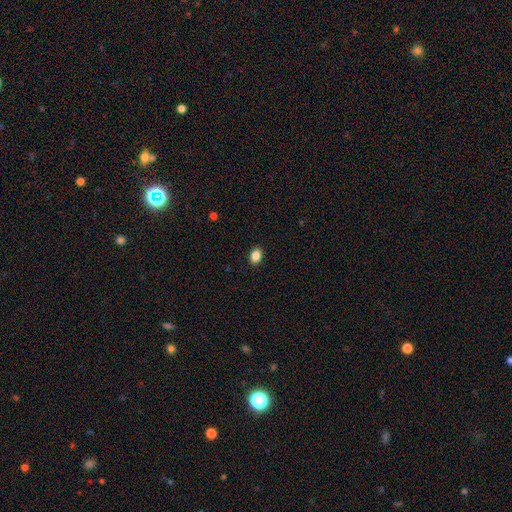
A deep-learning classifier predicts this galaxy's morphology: smooth_or_featured: smooth (p=0.87) [alt: star or artifact p=0.09]
how_rounded: in between (p=0.71) [alt: round p=0.28]
merging: none (p=0.90) [alt: minor disturbance p=0.07]